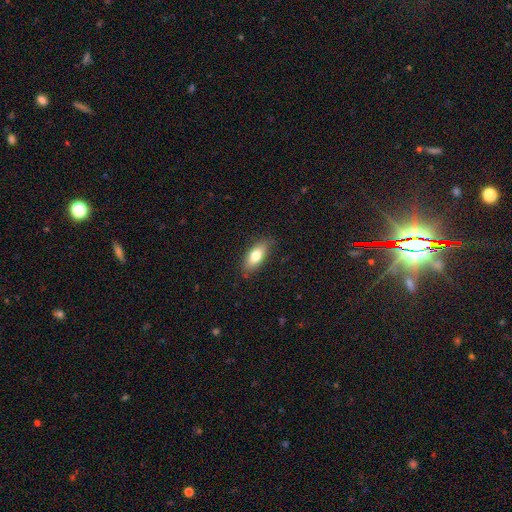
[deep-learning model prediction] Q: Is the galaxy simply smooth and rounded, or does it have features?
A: smooth — 75%.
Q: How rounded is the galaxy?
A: in between — 80%.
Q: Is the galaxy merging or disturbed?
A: none — 82%.